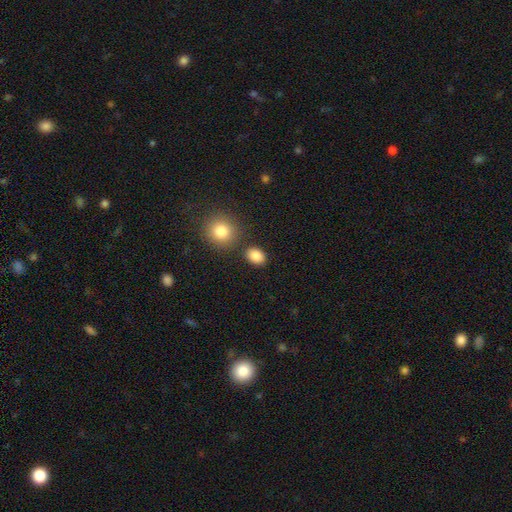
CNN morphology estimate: Smooth or featured?
  - smooth: 86% *
  - star or artifact: 10%
  - featured or disk: 5%
How rounded?
  - in between: 58% *
  - round: 41%
  - cigar-shaped: 1%
Merging?
  - none: 81% *
  - minor disturbance: 9%
  - merger: 7%
  - major disturbance: 3%